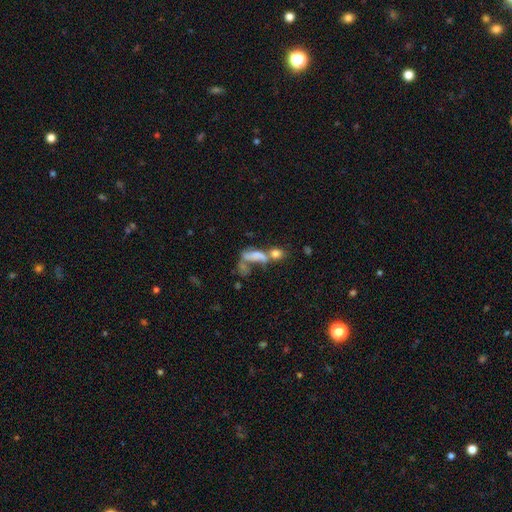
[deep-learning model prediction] Overall: smooth (55%; featured or disk 30%). How rounded: in between (63%; cigar-shaped 25%). Merging: merger (57%; major disturbance 19%).